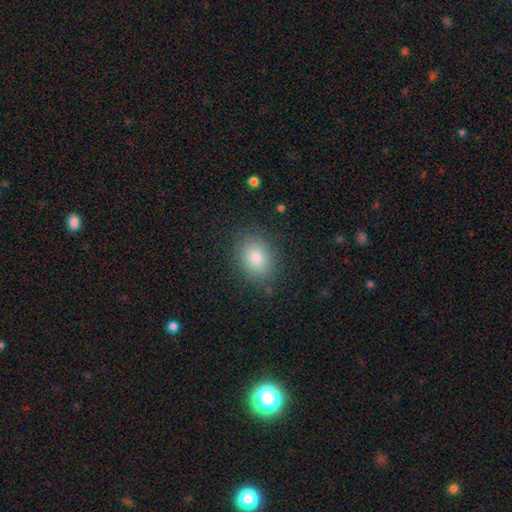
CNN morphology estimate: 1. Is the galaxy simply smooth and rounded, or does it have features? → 82% smooth, 10% star or artifact, 8% featured or disk.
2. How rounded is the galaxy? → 63% in between, 36% round, 1% cigar-shaped.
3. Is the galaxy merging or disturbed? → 87% none, 9% minor disturbance, 3% major disturbance, 1% merger.